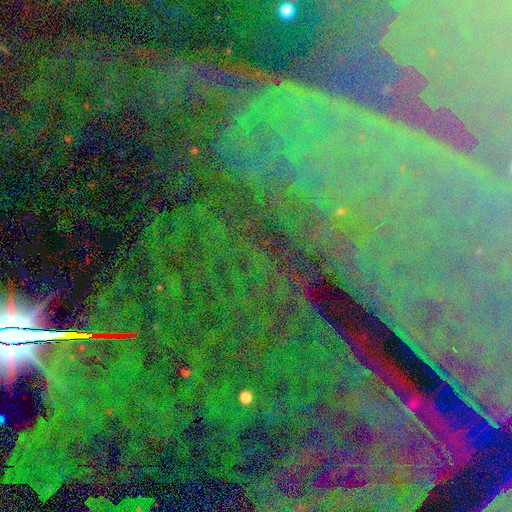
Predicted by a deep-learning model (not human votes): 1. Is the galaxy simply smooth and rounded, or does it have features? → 84% star or artifact, 8% featured or disk, 7% smooth.